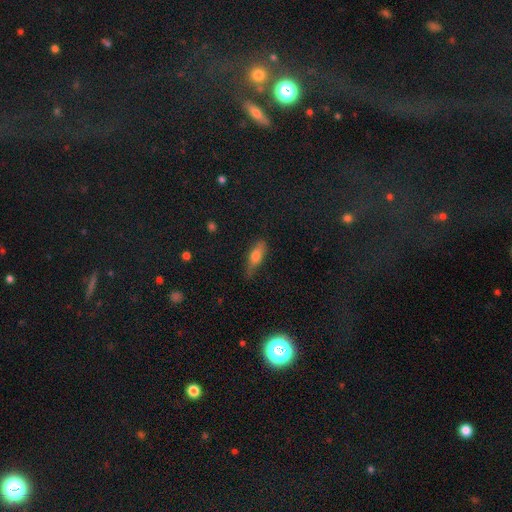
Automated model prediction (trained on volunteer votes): Q: Smooth or featured?
A: smooth (68%); runner-up: featured or disk (25%)
Q: How rounded?
A: in between (56%); runner-up: cigar-shaped (41%)
Q: Merging?
A: none (69%); runner-up: minor disturbance (24%)